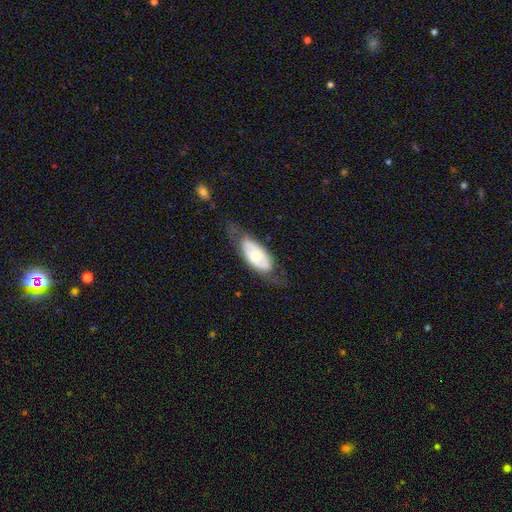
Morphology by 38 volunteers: smooth-or-featured: featured or disk: 58% | smooth: 39% | star or artifact: 3%
  disk-edge-on: no: 68% | yes: 32%
    bar: no: 93% | weak: 7% | strong: 0%
    has-spiral-arms: no: 87% | yes: 13%
    bulge-size: moderate: 47% (tied) | small: 47% (tied) | large: 7% | dominant: 0% | none: 0%
  merging: none: 57% | minor disturbance: 32% | major disturbance: 5% | merger: 5%